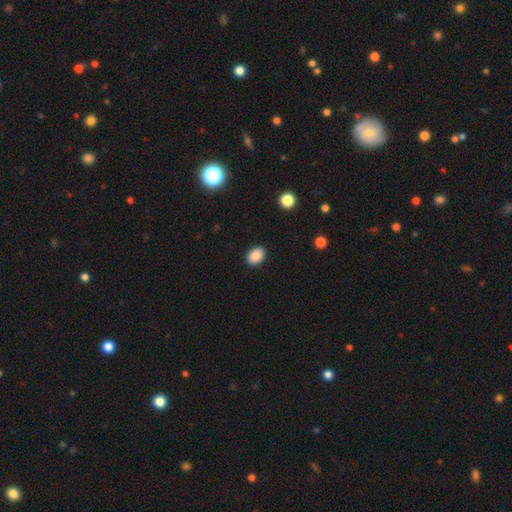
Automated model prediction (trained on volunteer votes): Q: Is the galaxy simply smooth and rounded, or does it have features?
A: smooth — 89%.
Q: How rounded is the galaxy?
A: in between — 80%.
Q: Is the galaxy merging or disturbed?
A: none — 90%.